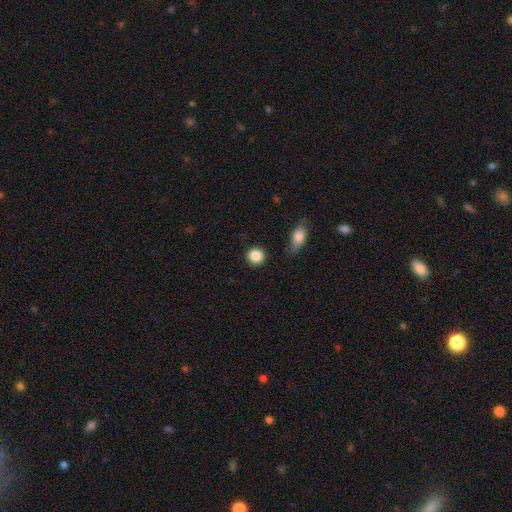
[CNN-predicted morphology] type=smooth (87%); roundness=round (91%); merging=none (87%).